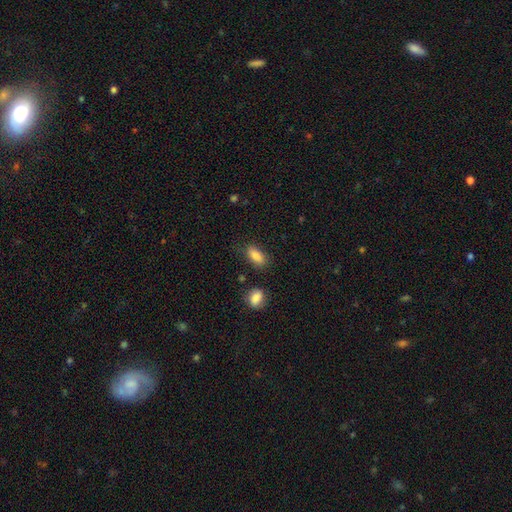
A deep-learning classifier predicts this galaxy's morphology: The model was most divided on "merging": none: 78%, minor disturbance: 14%, merger: 4%, major disturbance: 4%. More confident: smooth or featured — smooth (85%); how rounded — in between (84%).